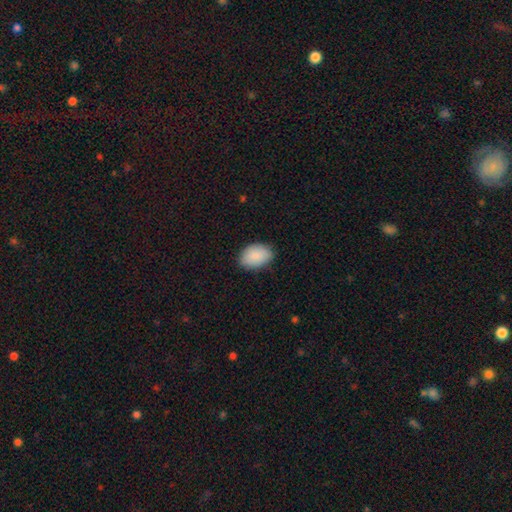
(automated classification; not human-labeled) A smooth galaxy with no disk features (89%) that is in between round and cigar-shaped (86%). Merging: none (84%).